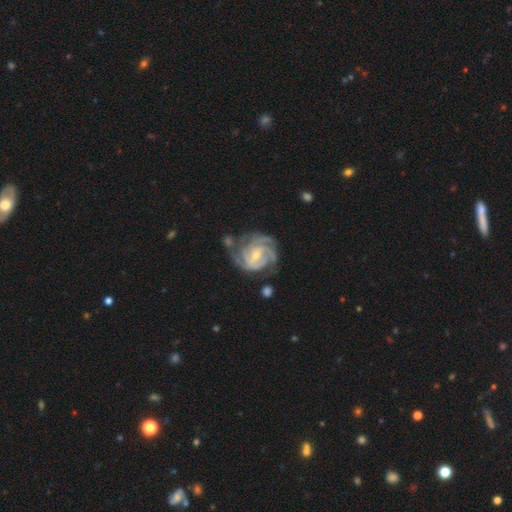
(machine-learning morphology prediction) featured or disk 91%, smooth 4%, star or artifact 4%. Down the decision tree: edge-on disk — no (98%); bar — weak (49%); spiral arms — yes (98%); spiral arm count — 3 (39%); spiral winding — tight (68%); bulge size — small (52%); merging — none (62%).